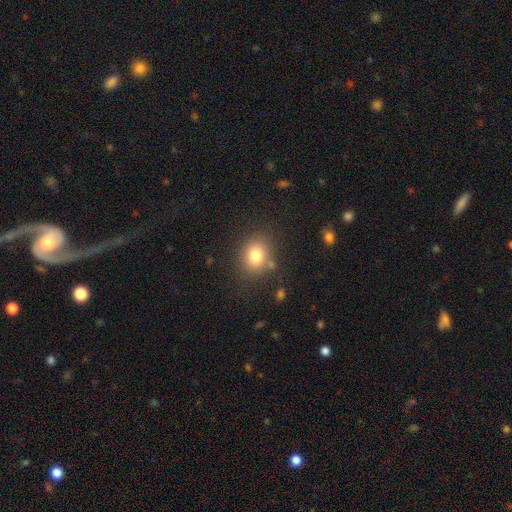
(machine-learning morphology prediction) smooth 79%, star or artifact 12%, featured or disk 10%. Down the decision tree: how rounded — round (63%); merging — none (79%).